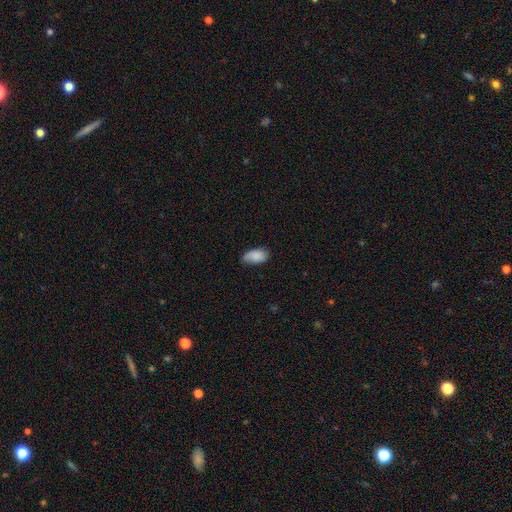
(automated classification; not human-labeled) smooth 85%, featured or disk 8%, star or artifact 7%. Down the decision tree: how rounded — in between (94%); merging — none (64%).